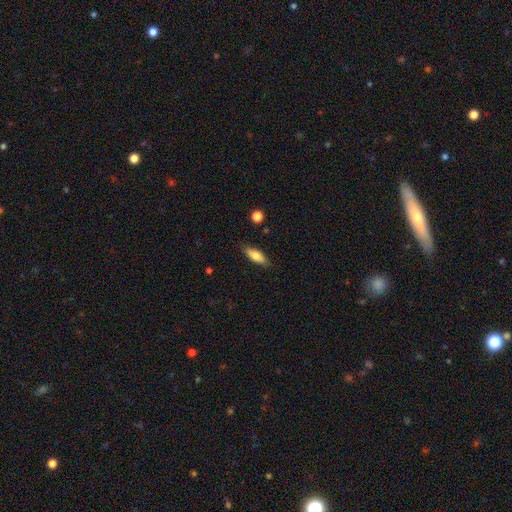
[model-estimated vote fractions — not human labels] This appears to be a smooth galaxy with no disk features (73%) that is in between round and cigar-shaped (62%). Merging: none (85%).